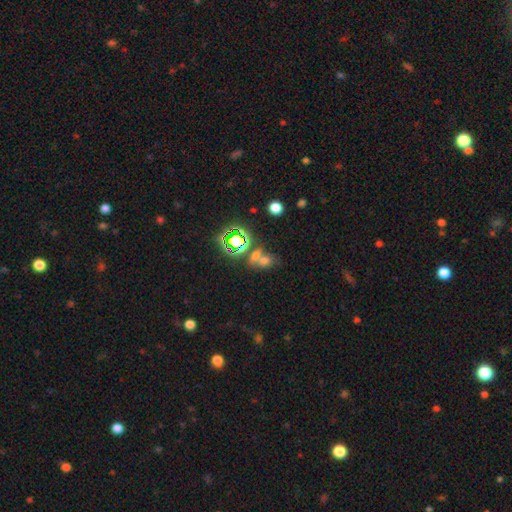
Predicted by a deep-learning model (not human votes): Smooth or featured?
  - smooth: 50% *
  - star or artifact: 39%
  - featured or disk: 12%
Merging?
  - merger: 46% *
  - none: 39%
  - minor disturbance: 9%
  - major disturbance: 6%